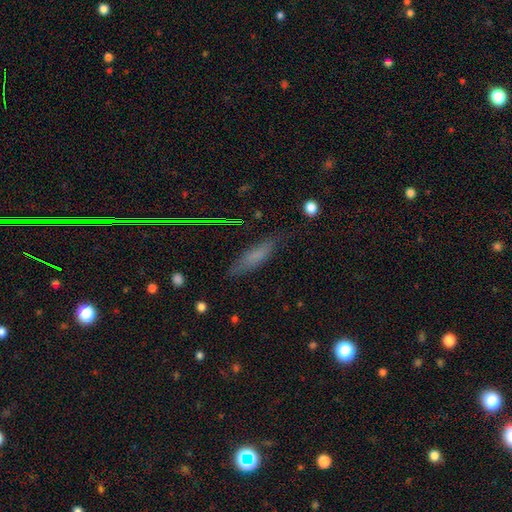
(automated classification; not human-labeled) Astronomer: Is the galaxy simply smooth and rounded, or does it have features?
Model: smooth — 63%.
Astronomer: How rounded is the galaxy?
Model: cigar-shaped — 66%.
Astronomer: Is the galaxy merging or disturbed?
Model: none — 76%.